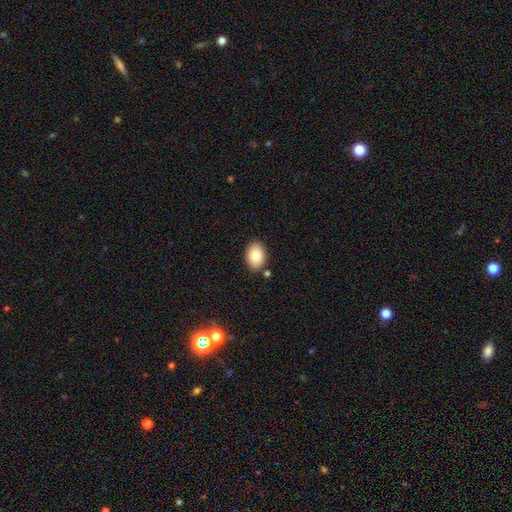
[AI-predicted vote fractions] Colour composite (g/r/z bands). It shows a smooth galaxy with no disk features (83%) that is in between round and cigar-shaped (81%). Merging: none (85%).